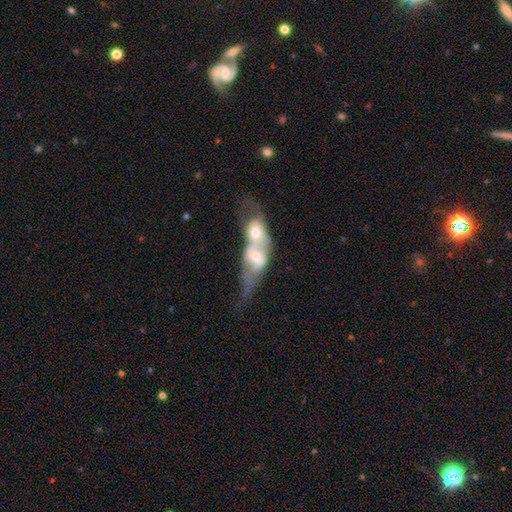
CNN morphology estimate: Smooth or featured?
  - featured or disk: 60% *
  - smooth: 32%
  - star or artifact: 9%
Edge-on disk?
  - no: 81% *
  - yes: 19%
Merging?
  - merger: 80% *
  - none: 8%
  - major disturbance: 8%
  - minor disturbance: 4%